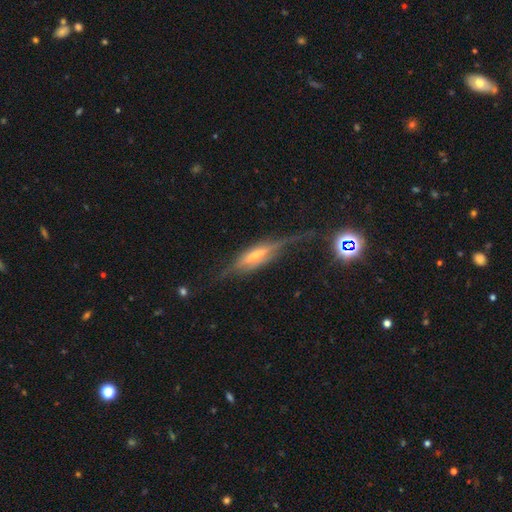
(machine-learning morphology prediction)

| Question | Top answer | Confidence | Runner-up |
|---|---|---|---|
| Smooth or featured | featured or disk | 71% | smooth (20%) |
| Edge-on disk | yes | 86% | no (14%) |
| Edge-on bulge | rounded | 55% | boxy (33%) |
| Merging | none | 56% | minor disturbance (23%) |